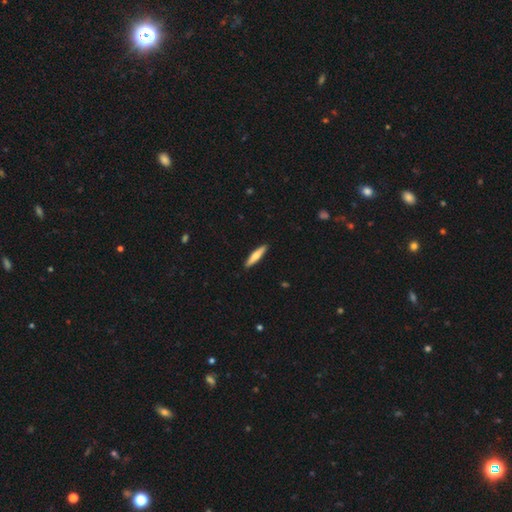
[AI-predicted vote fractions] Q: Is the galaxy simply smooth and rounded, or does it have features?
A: smooth — 63%.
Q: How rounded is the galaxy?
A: cigar-shaped — 85%.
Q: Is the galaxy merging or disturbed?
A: none — 91%.